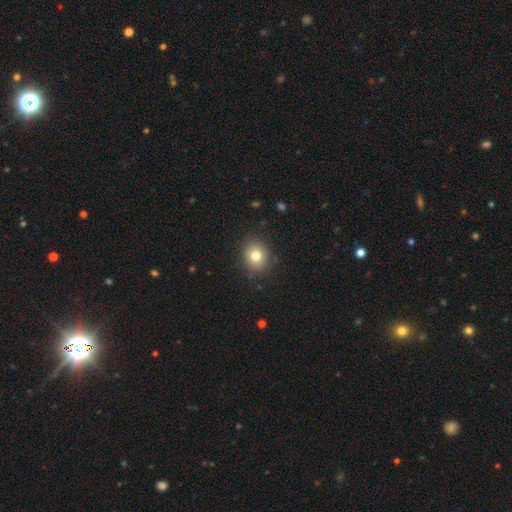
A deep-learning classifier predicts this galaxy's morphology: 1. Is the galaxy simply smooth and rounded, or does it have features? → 78% smooth, 11% star or artifact, 10% featured or disk.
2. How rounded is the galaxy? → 67% round, 33% in between, 1% cigar-shaped.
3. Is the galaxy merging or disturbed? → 88% none, 9% minor disturbance, 3% major disturbance, 1% merger.